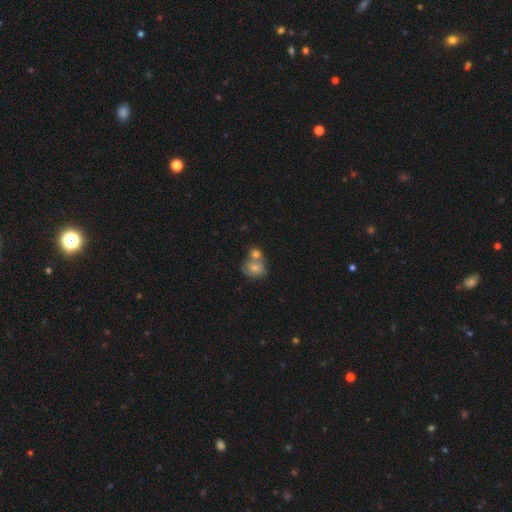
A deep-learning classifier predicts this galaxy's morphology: Overall: smooth (52%; featured or disk 30%). How rounded: round (76%). Merging: none (45%; merger 41%).